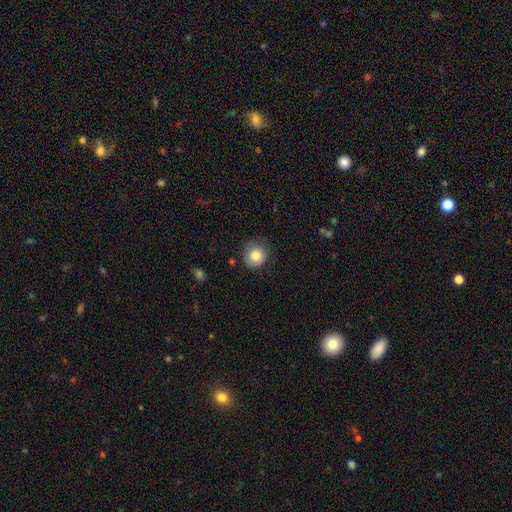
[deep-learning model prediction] smooth_or_featured: smooth (p=0.81) [alt: featured or disk p=0.10]
how_rounded: round (p=0.89) [alt: in between p=0.10]
merging: none (p=0.75) [alt: minor disturbance p=0.19]